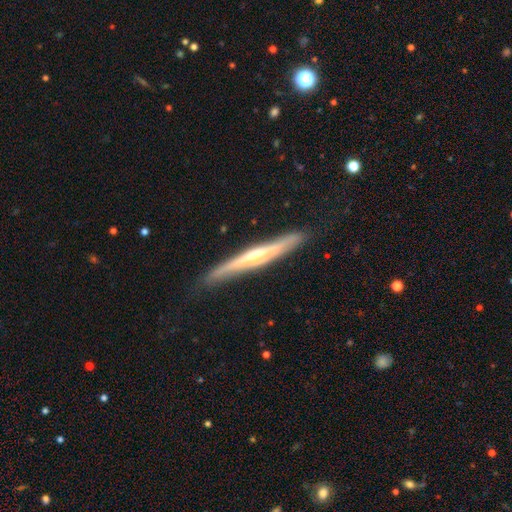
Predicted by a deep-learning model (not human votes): Smooth or featured? featured or disk (68%)
Edge-on disk? yes (94%)
Edge-on bulge? rounded (56%)
Merging? none (85%)